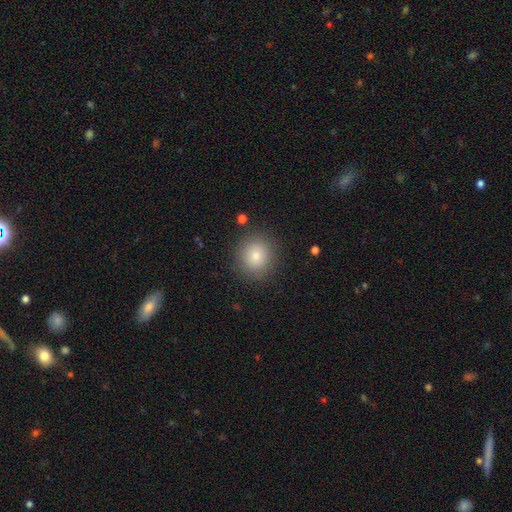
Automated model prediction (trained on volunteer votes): smooth 79%, star or artifact 12%, featured or disk 8%. Down the decision tree: how rounded — round (90%); merging — none (89%).